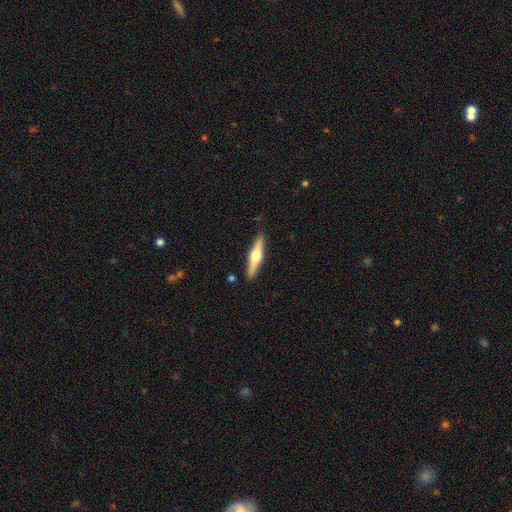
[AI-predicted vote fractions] Smooth or featured? Predicted: featured or disk (p=0.62). Edge-on disk? Predicted: yes (p=0.97). Edge-on bulge? Predicted: rounded (p=0.95). Merging? Predicted: none (p=0.90).